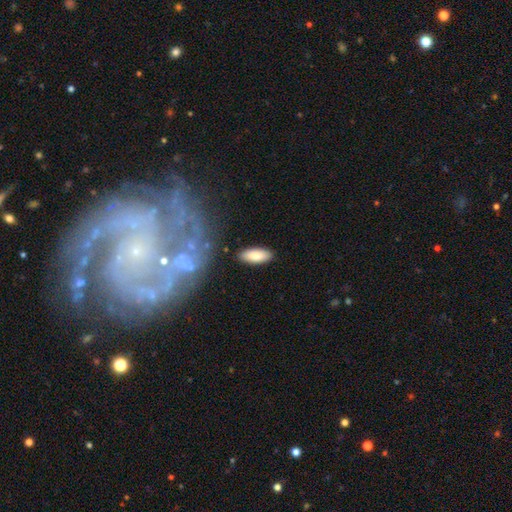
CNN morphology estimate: This is clearly a smooth galaxy (81%). How rounded: likely in between (77%). Merging: clearly none (84%).